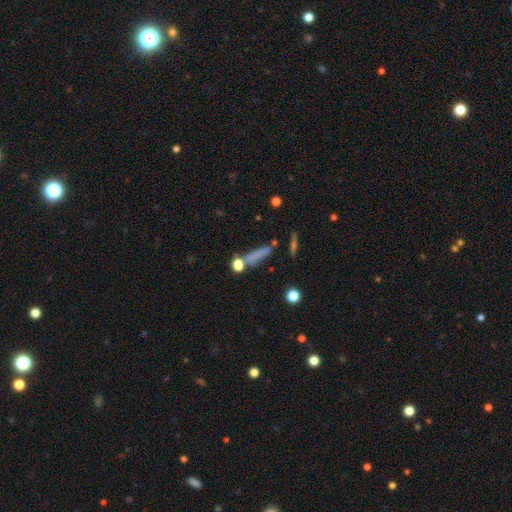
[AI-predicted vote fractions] smooth_or_featured: smooth (p=0.64) [alt: featured or disk p=0.21]
how_rounded: cigar-shaped (p=0.73) [alt: in between p=0.18]
merging: none (p=0.62) [alt: minor disturbance p=0.16]